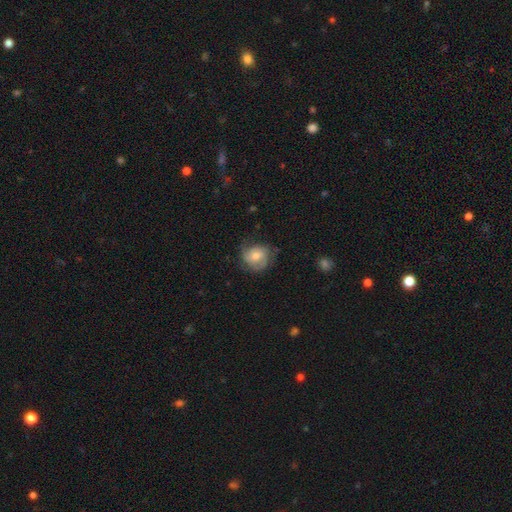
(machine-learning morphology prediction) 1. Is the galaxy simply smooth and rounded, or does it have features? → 59% featured or disk, 33% smooth, 8% star or artifact.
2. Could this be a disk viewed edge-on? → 97% no, 3% yes.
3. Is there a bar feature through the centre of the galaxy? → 73% no, 23% weak, 5% strong.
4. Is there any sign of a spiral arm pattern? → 88% yes, 12% no.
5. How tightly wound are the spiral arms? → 48% tight, 38% medium, 14% loose.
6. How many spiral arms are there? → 39% 2, 24% can't tell, 23% 3, 6% 1, 4% 4, 3% more than 4.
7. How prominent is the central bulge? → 57% moderate, 36% small, 4% large, 2% none, 1% dominant.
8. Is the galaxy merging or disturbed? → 66% none, 22% minor disturbance, 10% major disturbance, 1% merger.